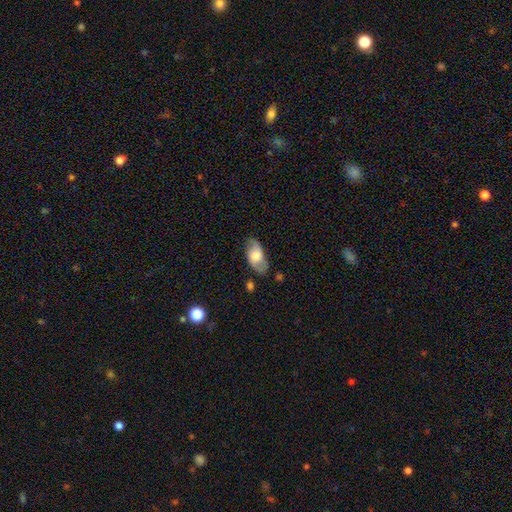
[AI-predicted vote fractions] smooth_or_featured: smooth (p=0.48) [alt: featured or disk p=0.45]
merging: none (p=0.70) [alt: minor disturbance p=0.21]